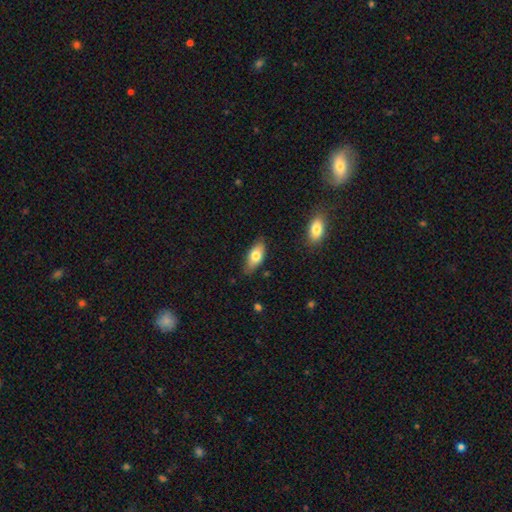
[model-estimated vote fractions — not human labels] This is likely a smooth galaxy (73%). How rounded: clearly in between (87%). Merging: likely none (79%).